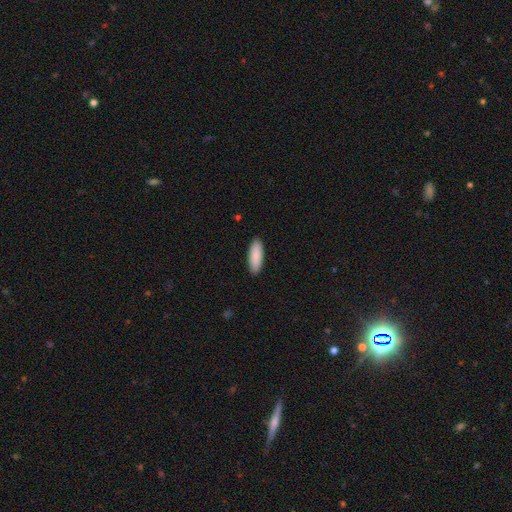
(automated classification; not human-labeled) Smooth or featured? smooth (90%)
How rounded? in between (64%)
Merging? none (90%)